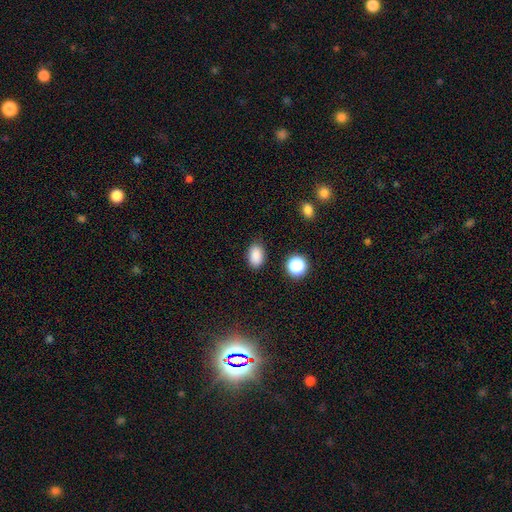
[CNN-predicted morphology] Overall: smooth (86%). How rounded: in between (86%). Merging: none (86%).